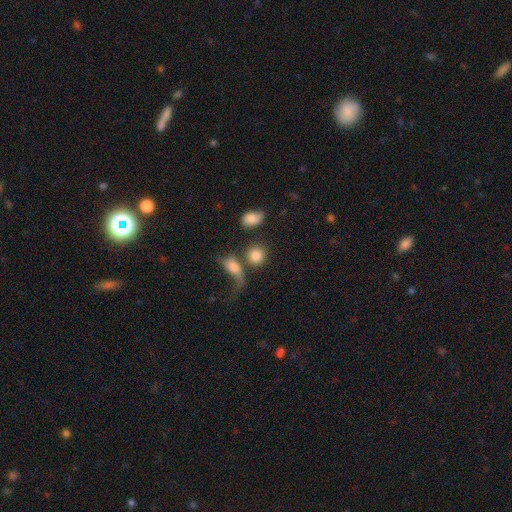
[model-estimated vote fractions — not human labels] Smooth or featured?
  - smooth: 82% *
  - star or artifact: 9%
  - featured or disk: 9%
How rounded?
  - round: 78% *
  - in between: 20%
  - cigar-shaped: 2%
Merging?
  - none: 49% *
  - merger: 27%
  - major disturbance: 13%
  - minor disturbance: 12%